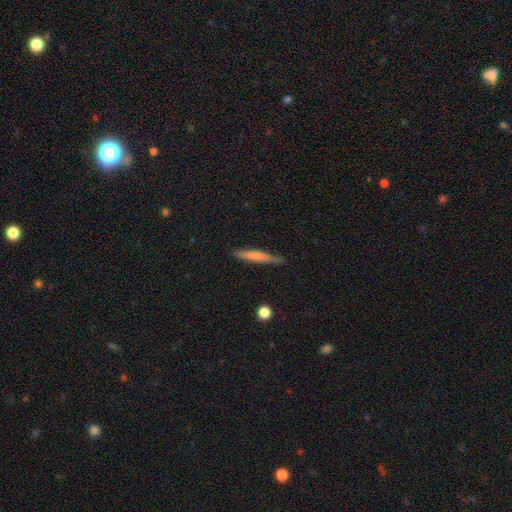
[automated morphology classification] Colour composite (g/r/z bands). It shows a smooth galaxy with no disk features (60%) that is cigar-shaped (94%). Merging: none (84%).